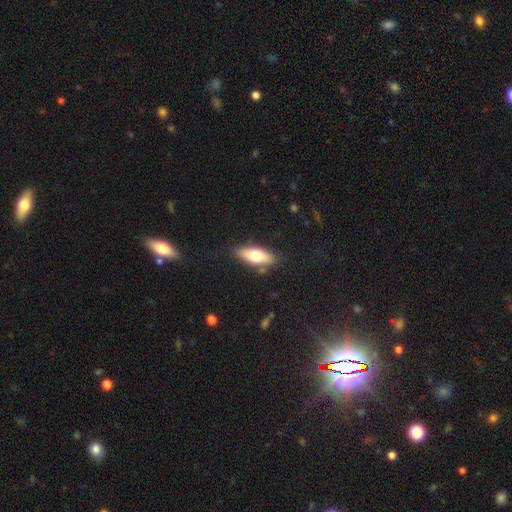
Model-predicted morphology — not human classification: This appears to be a smooth galaxy with no disk features (66%) that is in between round and cigar-shaped (68%). Merging: none (83%).